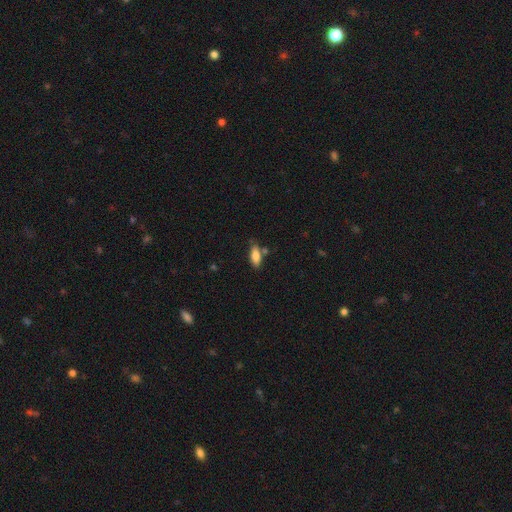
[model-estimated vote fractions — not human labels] The model was most divided on "merging": none: 67%, minor disturbance: 20%, merger: 9%, major disturbance: 4%. More confident: smooth or featured — smooth (84%); how rounded — in between (79%).